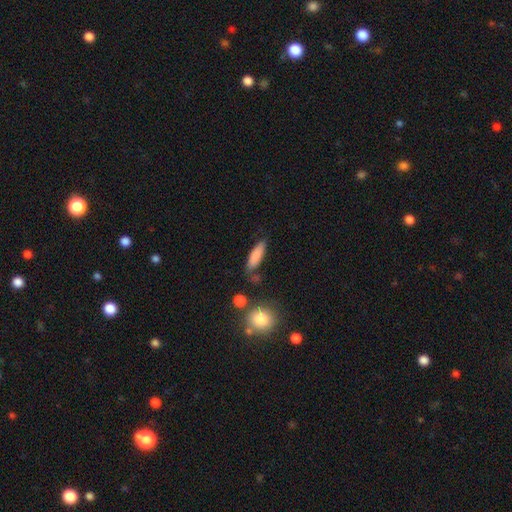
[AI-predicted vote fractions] Smooth or featured?
  - smooth: 84% *
  - featured or disk: 9%
  - star or artifact: 7%
How rounded?
  - cigar-shaped: 57% *
  - in between: 40%
  - round: 3%
Merging?
  - none: 74% *
  - minor disturbance: 16%
  - merger: 5%
  - major disturbance: 4%